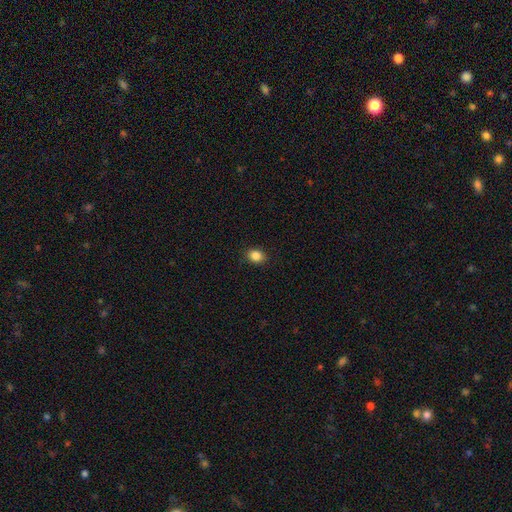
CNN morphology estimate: Smooth or featured? Predicted: smooth (p=0.86). How rounded? Predicted: in between (p=0.50). Merging? Predicted: none (p=0.88).